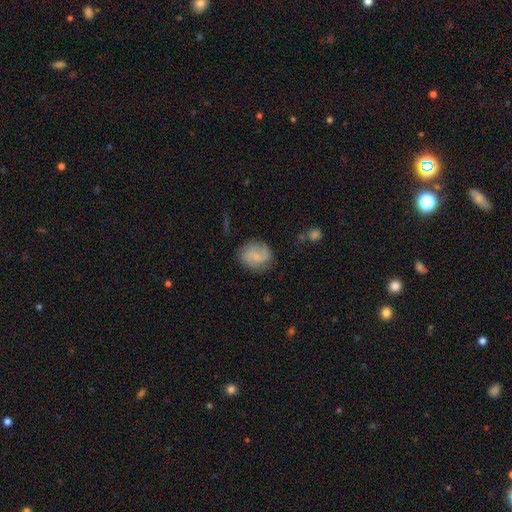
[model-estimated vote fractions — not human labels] smooth_or_featured: featured or disk (p=0.48) [alt: smooth p=0.44]
merging: none (p=0.76) [alt: minor disturbance p=0.17]